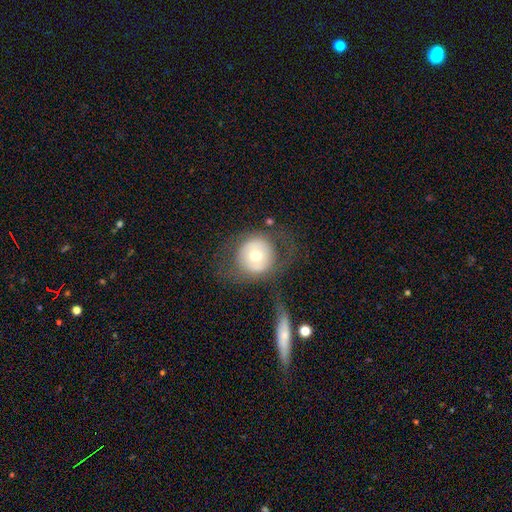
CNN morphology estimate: smooth_or_featured: smooth (p=0.52) [alt: featured or disk p=0.40]
how_rounded: round (p=0.89) [alt: in between p=0.10]
merging: none (p=0.65) [alt: major disturbance p=0.16]